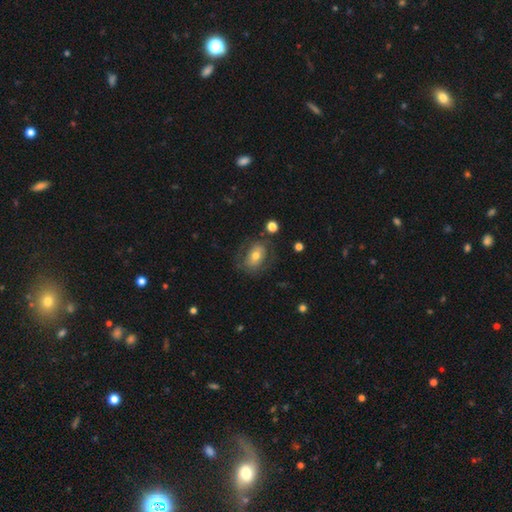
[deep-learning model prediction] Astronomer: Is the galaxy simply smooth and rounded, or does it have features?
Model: smooth — 50% (runner-up: featured or disk, 42%).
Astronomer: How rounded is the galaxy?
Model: in between — 76%.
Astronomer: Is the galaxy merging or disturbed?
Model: none — 65%.